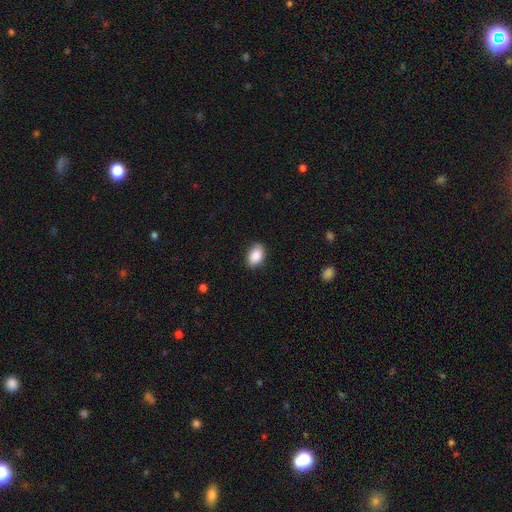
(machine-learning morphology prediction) Smooth or featured? smooth (89%)
How rounded? in between (88%)
Merging? none (85%)